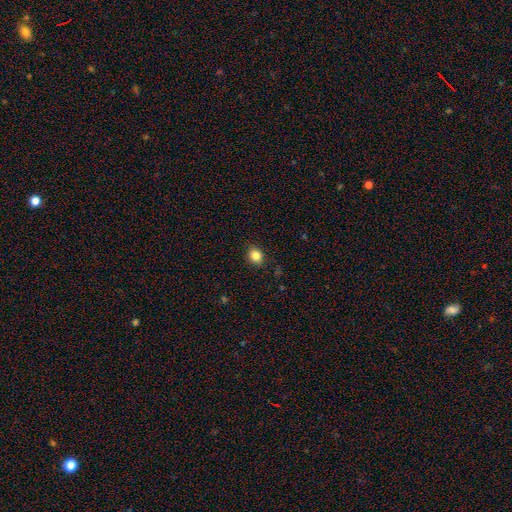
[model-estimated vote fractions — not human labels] A smooth galaxy with no disk features (84%) that is round (70%). Merging: none (89%).